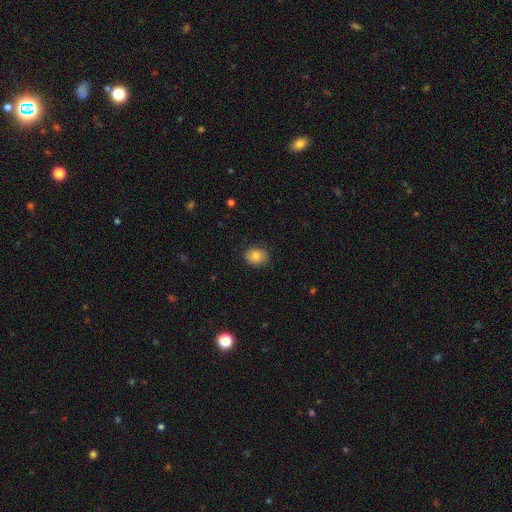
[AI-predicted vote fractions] A smooth galaxy with no disk features (83%) that is round (50%).

Vote fractions:
- Smooth or featured? smooth: 83% / star or artifact: 9% / featured or disk: 8%
- How rounded? round: 50% / in between: 49% / cigar-shaped: 1%
- Merging? none: 85% / minor disturbance: 12% / major disturbance: 3% / merger: 1%